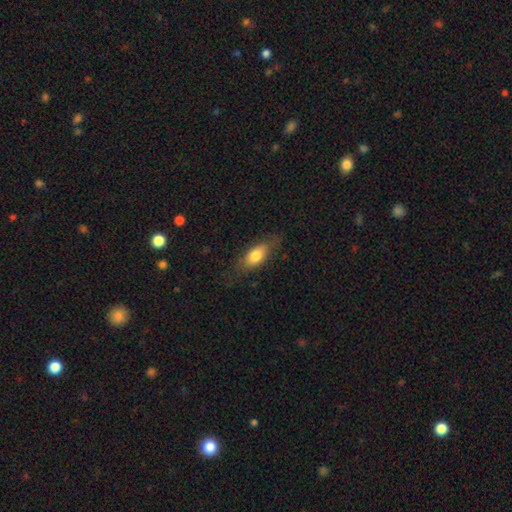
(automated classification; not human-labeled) smooth-or-featured: smooth: 72% | featured or disk: 21% | star or artifact: 7%
  how-rounded: in between: 77% | cigar-shaped: 18% | round: 5%
  merging: none: 72% | minor disturbance: 20% | major disturbance: 7% | merger: 1%